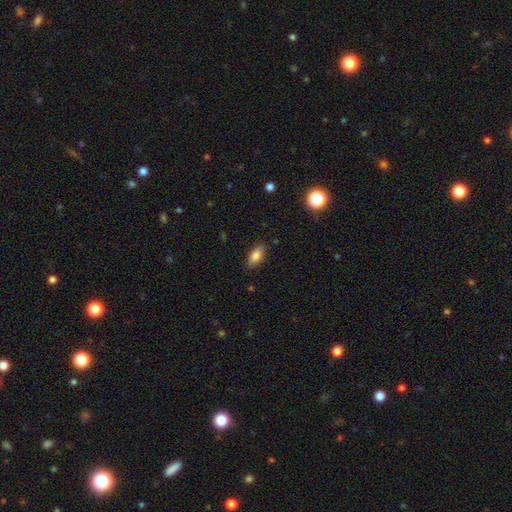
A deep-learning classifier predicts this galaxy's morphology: This appears to be a smooth galaxy with no disk features (84%) that is in between round and cigar-shaped (85%). Merging: none (86%).